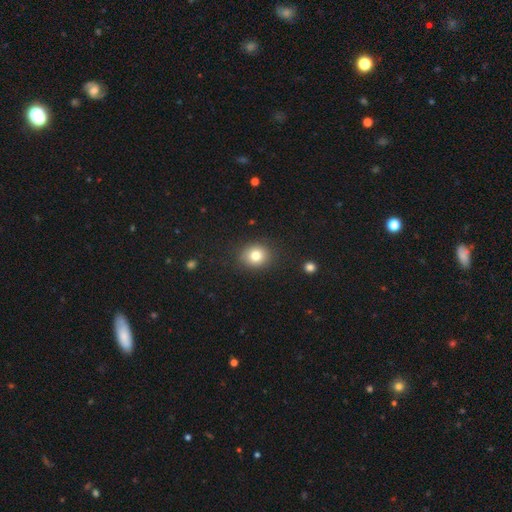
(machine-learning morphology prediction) A smooth galaxy with no disk features (79%) that is round (74%).

Vote fractions:
- Smooth or featured? smooth: 79% / star or artifact: 11% / featured or disk: 9%
- How rounded? round: 74% / in between: 25% / cigar-shaped: 1%
- Merging? none: 87% / minor disturbance: 9% / major disturbance: 3% / merger: 1%